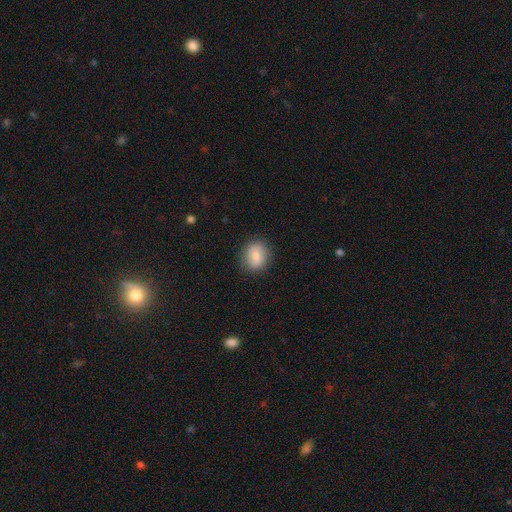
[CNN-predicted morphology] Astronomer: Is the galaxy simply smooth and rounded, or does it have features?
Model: smooth — 77%.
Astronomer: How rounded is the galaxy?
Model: round — 62% (runner-up: in between, 37%).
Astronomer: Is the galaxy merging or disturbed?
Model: none — 85%.